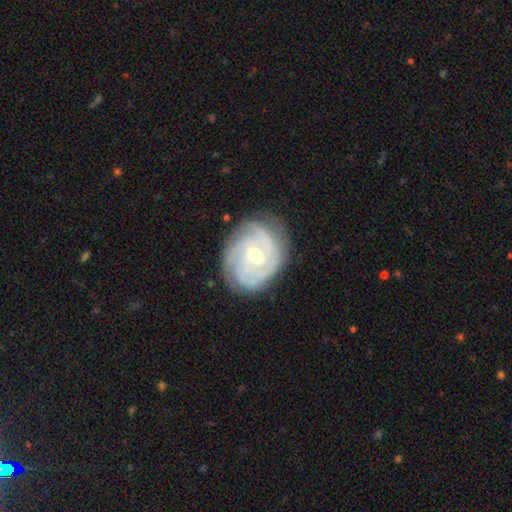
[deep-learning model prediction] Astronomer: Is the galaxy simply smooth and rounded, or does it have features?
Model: featured or disk — 85%.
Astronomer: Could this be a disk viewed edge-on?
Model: no — 97%.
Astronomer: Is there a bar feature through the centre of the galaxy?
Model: no — 54% (runner-up: weak, 37%).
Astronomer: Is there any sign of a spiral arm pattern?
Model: yes — 96%.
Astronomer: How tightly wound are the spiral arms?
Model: tight — 72%.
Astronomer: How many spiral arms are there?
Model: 3 — 32% (runner-up: can't tell, 27%).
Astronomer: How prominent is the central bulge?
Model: moderate — 65%.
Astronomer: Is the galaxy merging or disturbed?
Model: none — 76%.